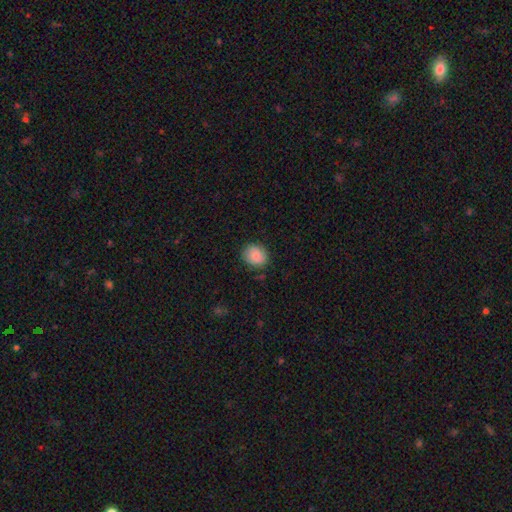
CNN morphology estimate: smooth_or_featured: smooth (p=0.84) [alt: featured or disk p=0.08]
how_rounded: round (p=0.71) [alt: in between p=0.28]
merging: none (p=0.84) [alt: minor disturbance p=0.12]